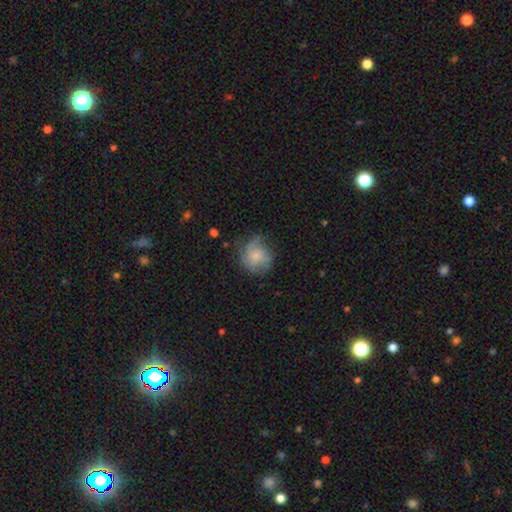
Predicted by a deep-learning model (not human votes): Smooth or featured: featured or disk — 46% (smooth — 45%)
Merging: none — 56% (minor disturbance — 27%)